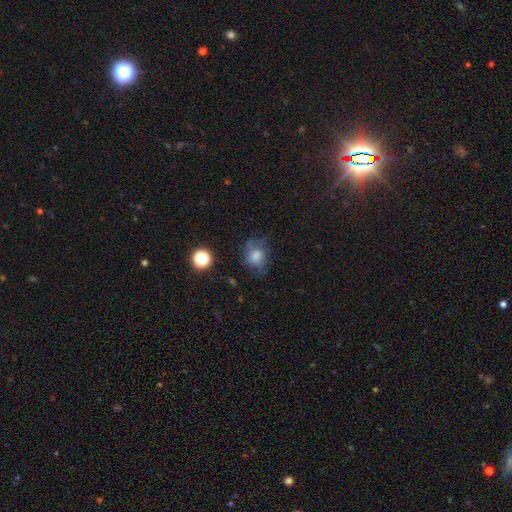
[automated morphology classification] smooth_or_featured: smooth (p=0.67) [alt: featured or disk p=0.19]
how_rounded: round (p=0.54) [alt: in between p=0.45]
merging: none (p=0.53) [alt: minor disturbance p=0.27]